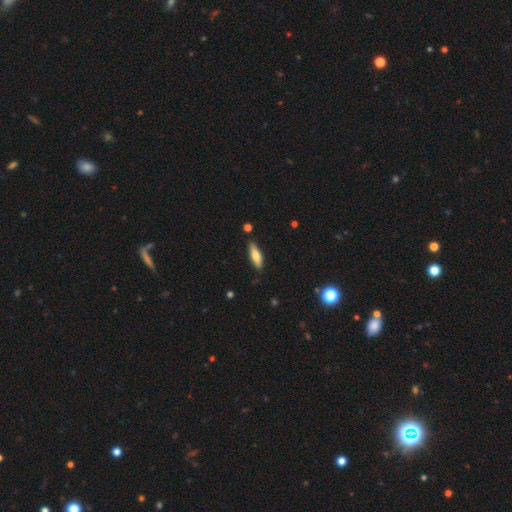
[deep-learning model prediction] Q: Smooth or featured?
A: smooth (71%); runner-up: featured or disk (23%)
Q: How rounded?
A: cigar-shaped (49%); tied with: in between (49%)
Q: Merging?
A: none (85%); runner-up: minor disturbance (11%)